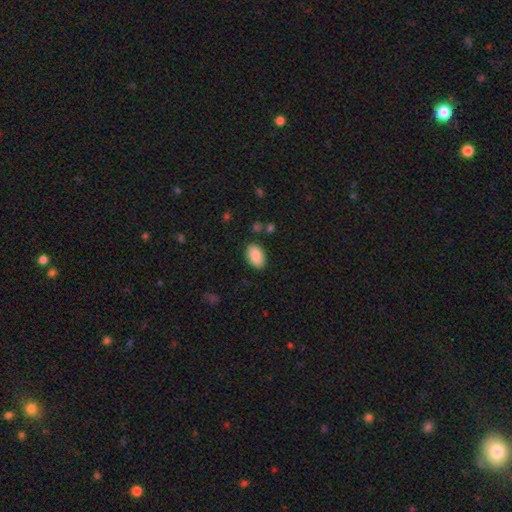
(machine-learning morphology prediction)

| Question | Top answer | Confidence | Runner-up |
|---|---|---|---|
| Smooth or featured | smooth | 88% | star or artifact (6%) |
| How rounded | in between | 93% | round (6%) |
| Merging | none | 86% | minor disturbance (10%) |